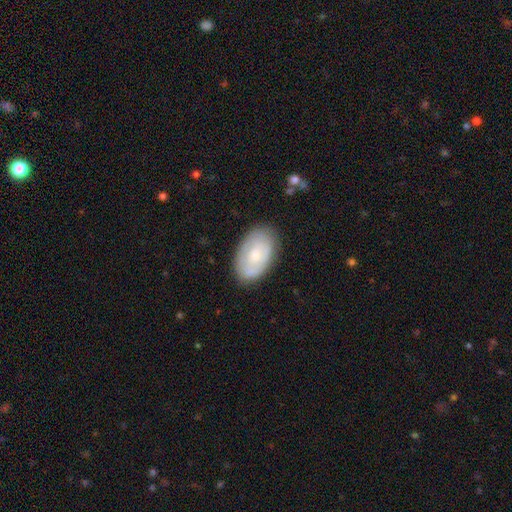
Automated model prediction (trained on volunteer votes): smooth_or_featured: smooth (p=0.55) [alt: featured or disk p=0.39]
how_rounded: in between (p=0.91) [alt: round p=0.07]
merging: none (p=0.80) [alt: minor disturbance p=0.15]